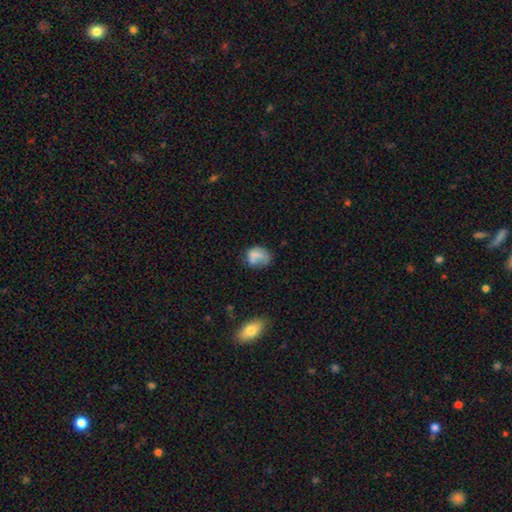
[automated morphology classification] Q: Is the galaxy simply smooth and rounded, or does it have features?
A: smooth — 70%.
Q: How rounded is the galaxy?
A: in between — 52%.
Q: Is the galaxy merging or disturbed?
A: none — 42%.